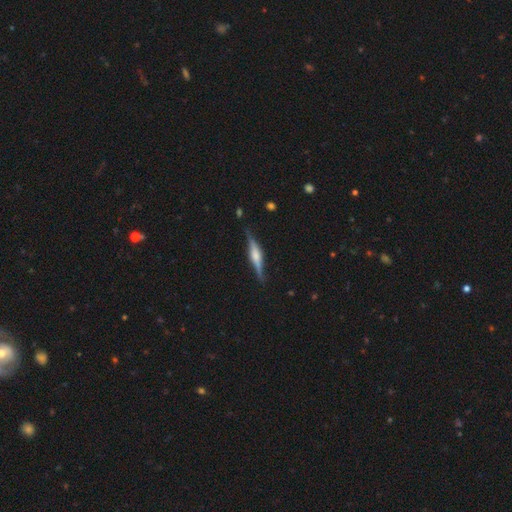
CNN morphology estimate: type=featured or disk (72%); edge-on=yes (97%); edge-on bulge=rounded (74%); merging=none (84%).